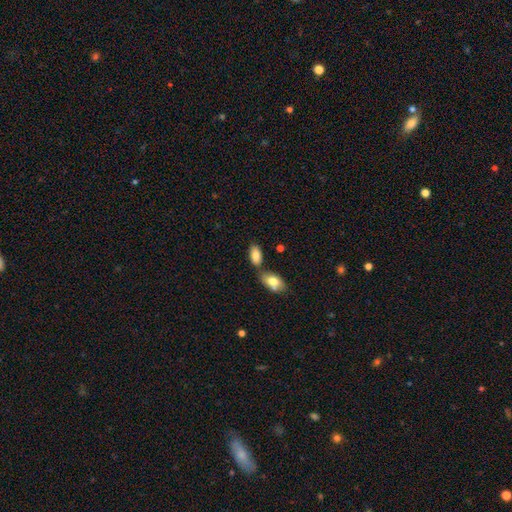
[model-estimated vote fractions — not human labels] smooth 83%, featured or disk 10%, star or artifact 7%. Down the decision tree: how rounded — in between (92%); merging — none (57%).